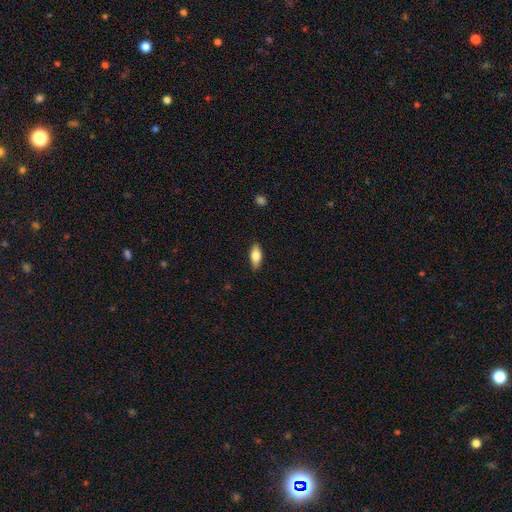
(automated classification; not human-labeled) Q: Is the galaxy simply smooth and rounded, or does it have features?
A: smooth — 76%.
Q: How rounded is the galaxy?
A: in between — 81%.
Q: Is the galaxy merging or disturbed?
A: none — 87%.